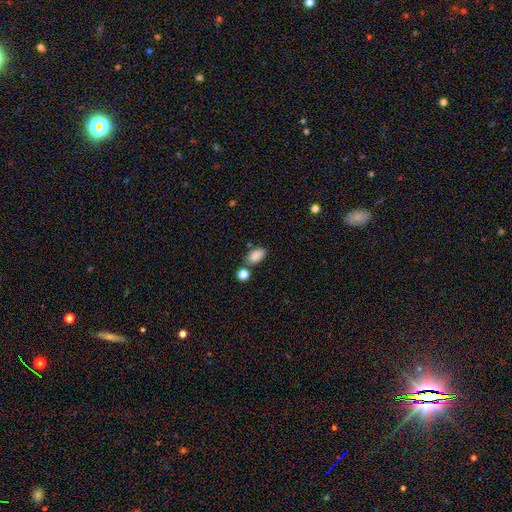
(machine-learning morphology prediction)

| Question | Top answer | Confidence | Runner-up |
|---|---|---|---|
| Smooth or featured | smooth | 86% | star or artifact (9%) |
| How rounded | in between | 90% | round (8%) |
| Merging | none | 67% | minor disturbance (15%) |